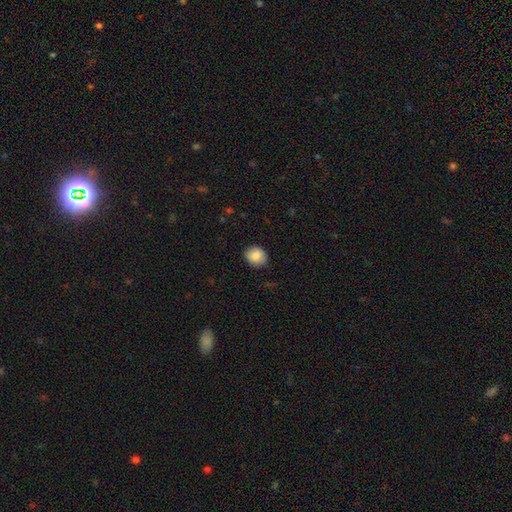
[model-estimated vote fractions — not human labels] This is clearly a smooth galaxy (86%). How rounded: likely round (65%). Merging: clearly none (85%).